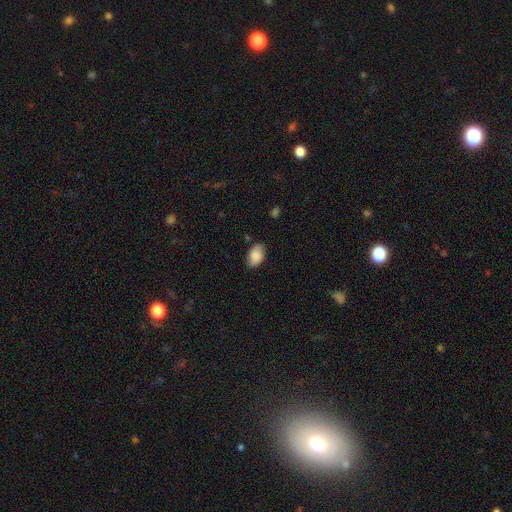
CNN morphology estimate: Overall: smooth (85%). How rounded: in between (91%). Merging: none (78%).